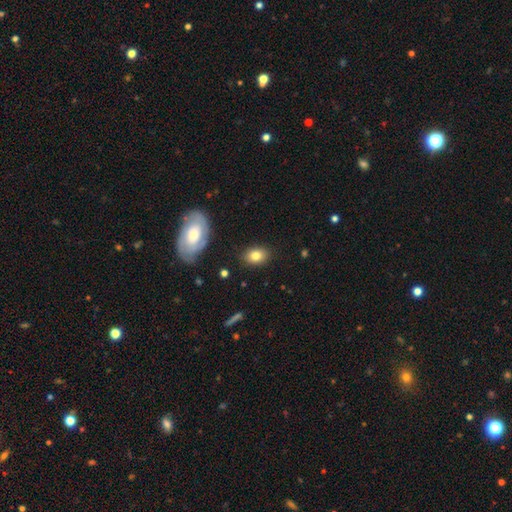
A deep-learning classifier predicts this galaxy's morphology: smooth-or-featured: smooth: 81% | featured or disk: 11% | star or artifact: 8%
  how-rounded: in between: 76% | round: 23% | cigar-shaped: 1%
  merging: none: 86% | minor disturbance: 10% | major disturbance: 3% | merger: 2%